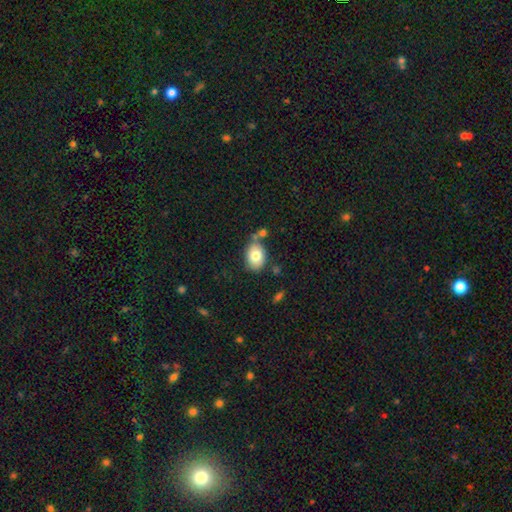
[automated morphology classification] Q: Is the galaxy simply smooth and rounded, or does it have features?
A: smooth — 79%.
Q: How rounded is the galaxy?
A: in between — 74%.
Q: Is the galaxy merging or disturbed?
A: none — 67%.